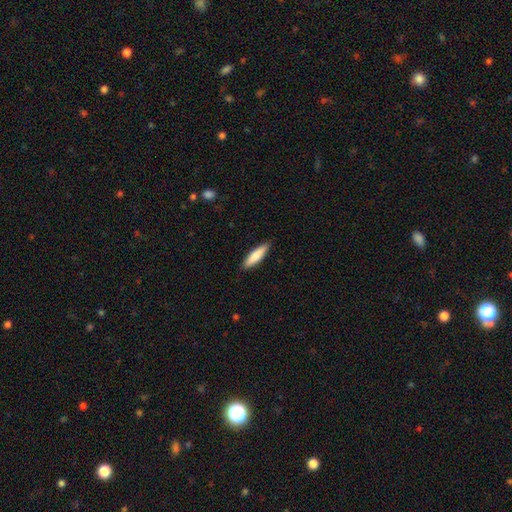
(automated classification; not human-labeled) Q: Smooth or featured?
A: smooth (81%); runner-up: featured or disk (14%)
Q: How rounded?
A: cigar-shaped (67%); runner-up: in between (32%)
Q: Merging?
A: none (89%); runner-up: minor disturbance (9%)